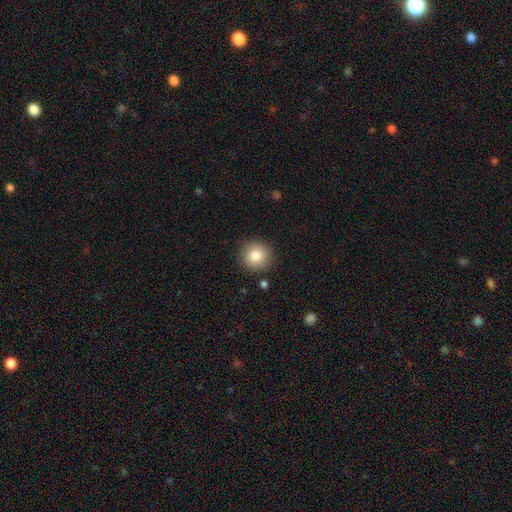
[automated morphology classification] smooth 83%, star or artifact 9%, featured or disk 8%. Down the decision tree: how rounded — round (94%); merging — none (89%).